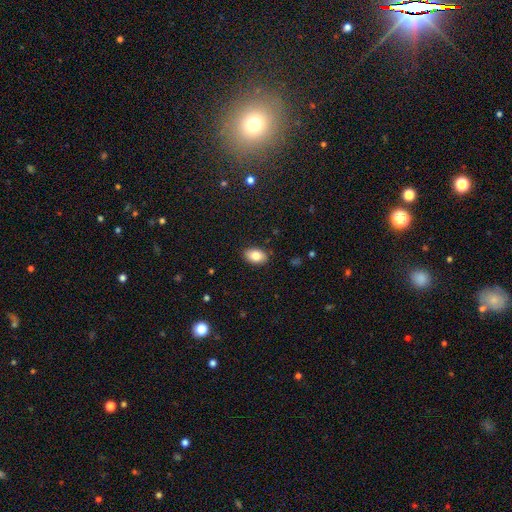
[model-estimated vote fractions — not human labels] smooth 84%, featured or disk 9%, star or artifact 7%. Down the decision tree: how rounded — in between (90%); merging — none (87%).